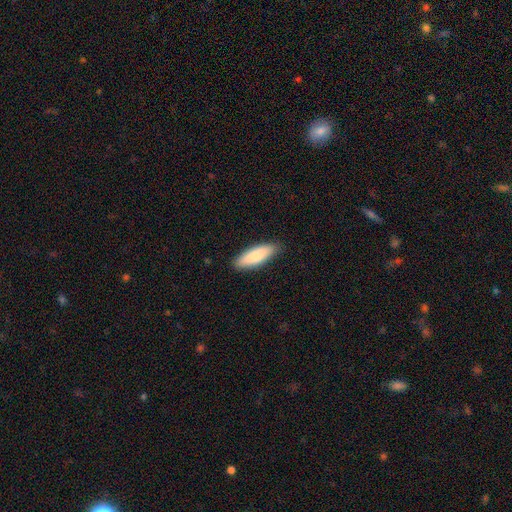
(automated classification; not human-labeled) Smooth or featured? Predicted: smooth (p=0.83). How rounded? Predicted: in between (p=0.53). Merging? Predicted: none (p=0.88).